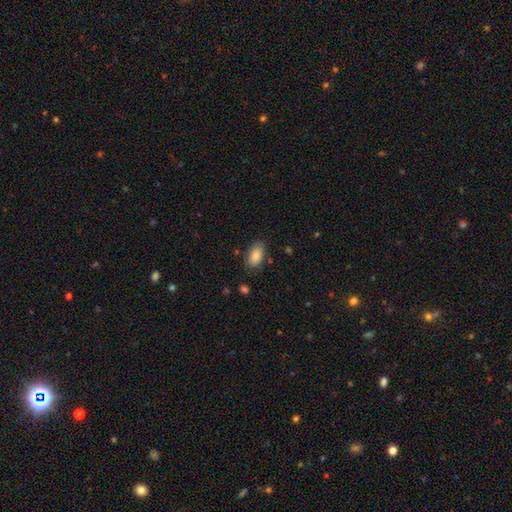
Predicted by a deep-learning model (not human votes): Smooth or featured: smooth — 85% (featured or disk — 8%)
How rounded: in between — 93% (round — 5%)
Merging: none — 79% (minor disturbance — 15%)